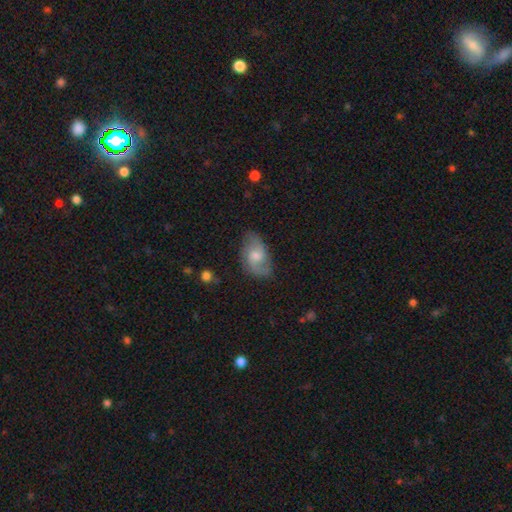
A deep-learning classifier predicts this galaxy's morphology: Smooth or featured?
  - featured or disk: 67% *
  - smooth: 25%
  - star or artifact: 7%
Edge-on disk?
  - no: 96% *
  - yes: 4%
Bar?
  - no: 55% *
  - weak: 40%
  - strong: 5%
Spiral arms?
  - yes: 91% *
  - no: 9%
Spiral winding?
  - medium: 46% *
  - loose: 35%
  - tight: 19%
Spiral arm count?
  - 2: 80% *
  - can't tell: 10%
  - 1: 4%
  - 3: 3%
  - 4: 1%
  - more than 4: 1%
Bulge size?
  - moderate: 55% *
  - small: 32%
  - large: 6%
  - none: 5%
  - dominant: 1%
Merging?
  - none: 72% *
  - minor disturbance: 20%
  - major disturbance: 6%
  - merger: 1%